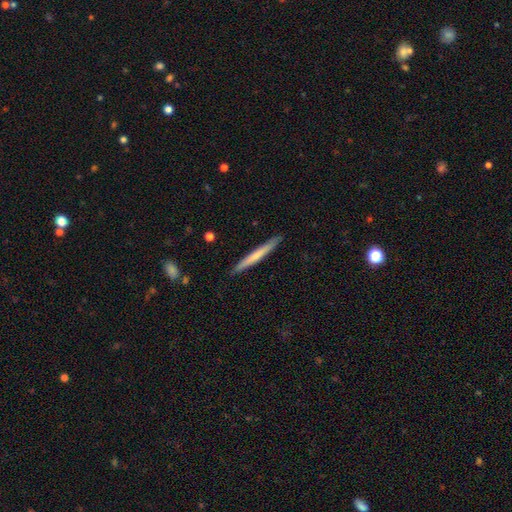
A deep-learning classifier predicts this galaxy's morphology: This appears to be a smooth galaxy with no disk features (56%) that is cigar-shaped (97%). Merging: none (90%).